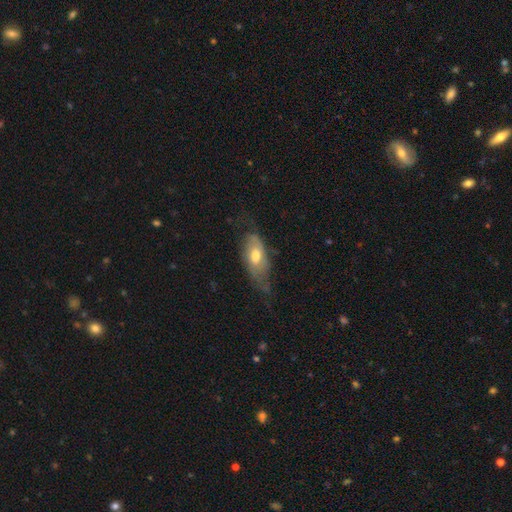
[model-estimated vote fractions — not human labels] smooth_or_featured: smooth (p=0.50) [alt: featured or disk p=0.44]
merging: none (p=0.44) [alt: minor disturbance p=0.34]